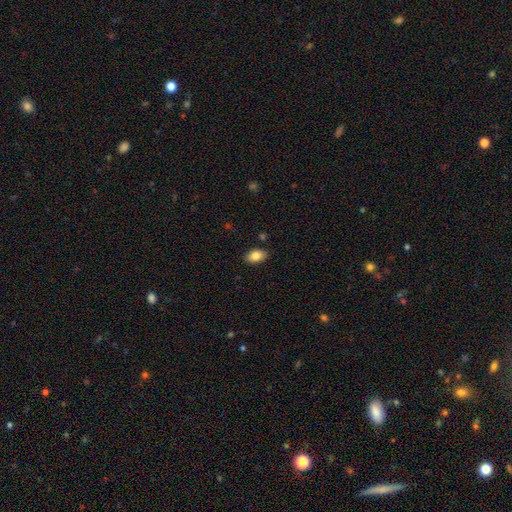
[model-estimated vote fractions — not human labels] Overall: smooth (84%). How rounded: in between (92%). Merging: none (87%).